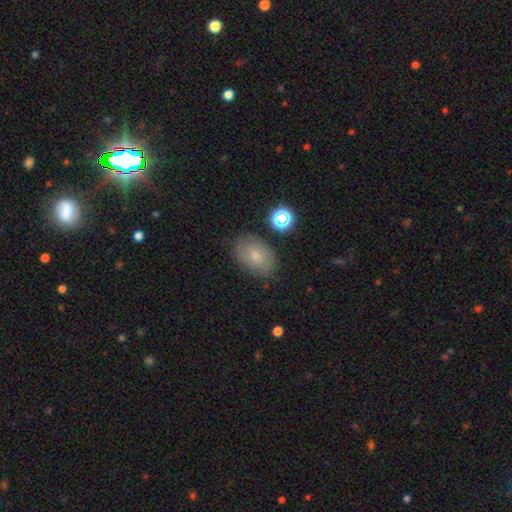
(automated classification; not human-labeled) A smooth galaxy with no disk features (72%) that is in between round and cigar-shaped (82%).

Vote fractions:
- Smooth or featured? smooth: 72% / featured or disk: 17% / star or artifact: 10%
- How rounded? in between: 82% / round: 16% / cigar-shaped: 1%
- Merging? none: 78% / minor disturbance: 15% / major disturbance: 4% / merger: 3%